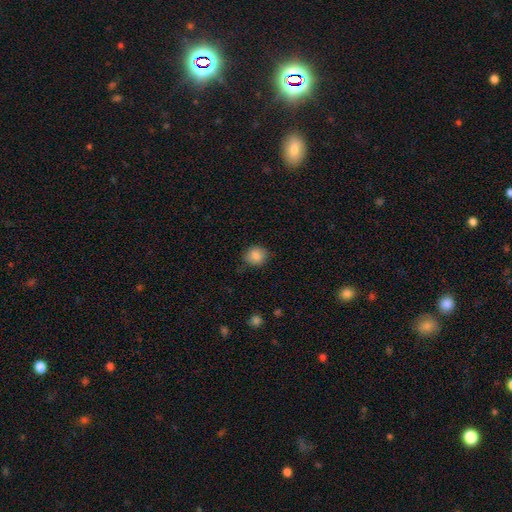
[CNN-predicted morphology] This is clearly a smooth galaxy (85%). How rounded: likely round (72%). Merging: clearly none (81%).